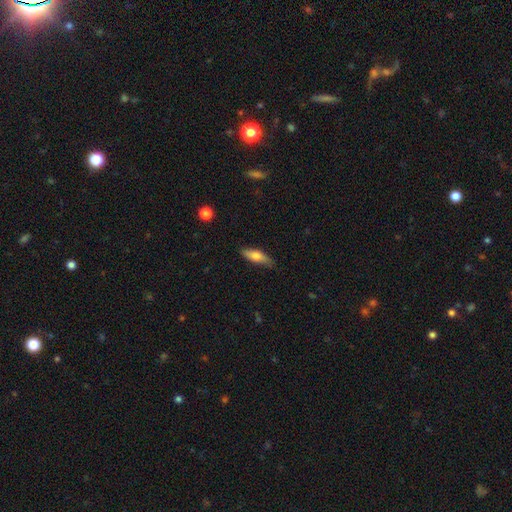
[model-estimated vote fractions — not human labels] This appears to be a smooth galaxy with no disk features (70%) that is cigar-shaped (51%). Merging: none (78%).